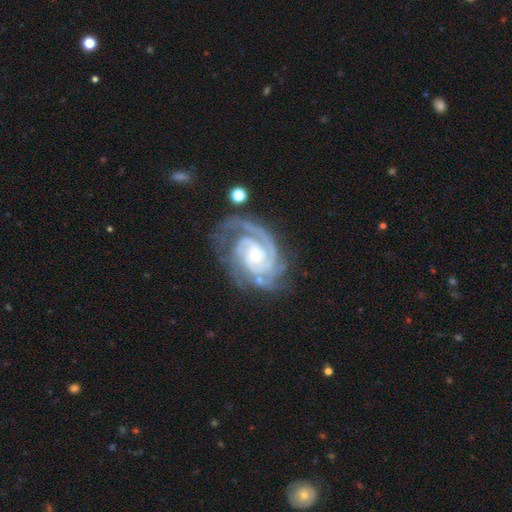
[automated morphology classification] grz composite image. It shows a featured or disk galaxy (92%) with no bar (61%), 2 (38%) tight (69%) spiral arms (98%) and a small central bulge (63%). Merging: none (63%).